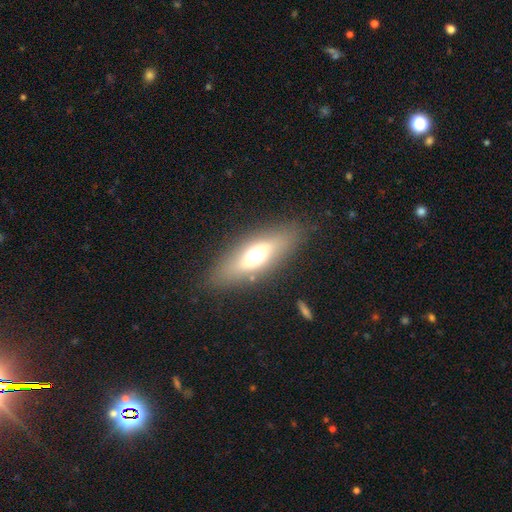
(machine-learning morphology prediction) A smooth galaxy with no disk features (55%) that is in between round and cigar-shaped (64%). Merging: none (84%).